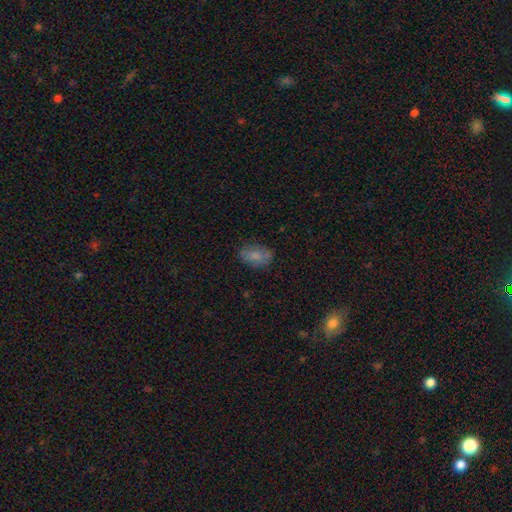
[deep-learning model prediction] The model was most divided on "merging": none: 74%, minor disturbance: 19%, major disturbance: 5%, merger: 2%. More confident: how rounded — in between (88%); smooth or featured — smooth (76%).